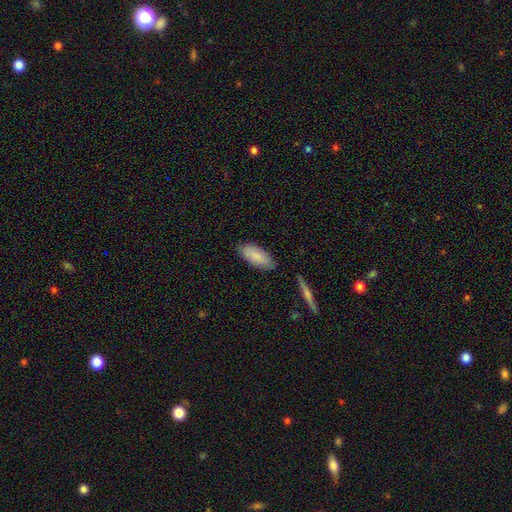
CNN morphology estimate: A smooth galaxy with no disk features (85%) that is in between round and cigar-shaped (85%).

Vote fractions:
- Smooth or featured? smooth: 85% / featured or disk: 9% / star or artifact: 6%
- How rounded? in between: 85% / cigar-shaped: 13% / round: 2%
- Merging? none: 82% / minor disturbance: 13% / major disturbance: 2% / merger: 2%